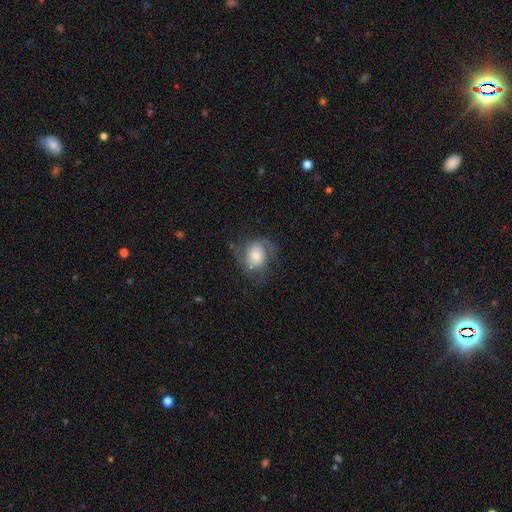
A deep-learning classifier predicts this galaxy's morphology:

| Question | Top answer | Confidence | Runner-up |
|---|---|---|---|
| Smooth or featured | featured or disk | 50% | smooth (42%) |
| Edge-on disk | no | 97% | yes (3%) |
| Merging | none | 59% | minor disturbance (22%) |